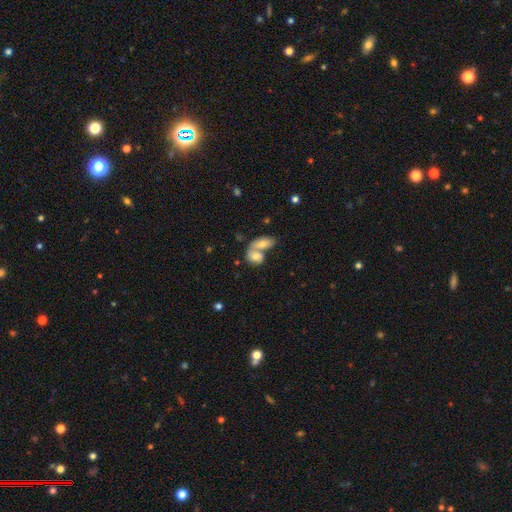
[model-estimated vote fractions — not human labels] A smooth galaxy with no disk features (67%) that is in between round and cigar-shaped (72%).

Vote fractions:
- Smooth or featured? smooth: 67% / featured or disk: 25% / star or artifact: 8%
- How rounded? in between: 72% / round: 25% / cigar-shaped: 3%
- Merging? merger: 72% / none: 17% / minor disturbance: 6% / major disturbance: 4%